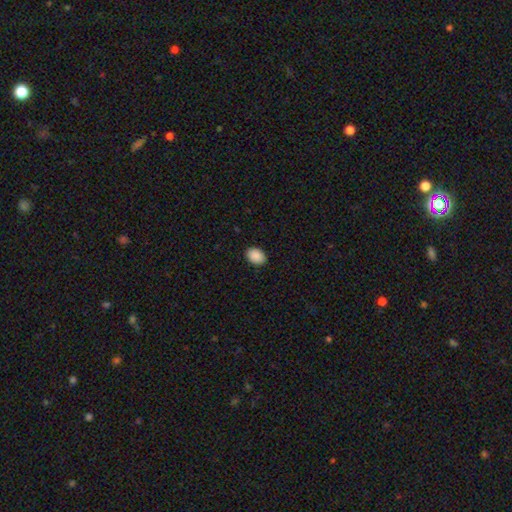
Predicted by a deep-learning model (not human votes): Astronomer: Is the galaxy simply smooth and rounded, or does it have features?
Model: smooth — 91%.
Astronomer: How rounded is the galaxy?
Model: in between — 76%.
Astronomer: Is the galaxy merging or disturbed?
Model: none — 90%.